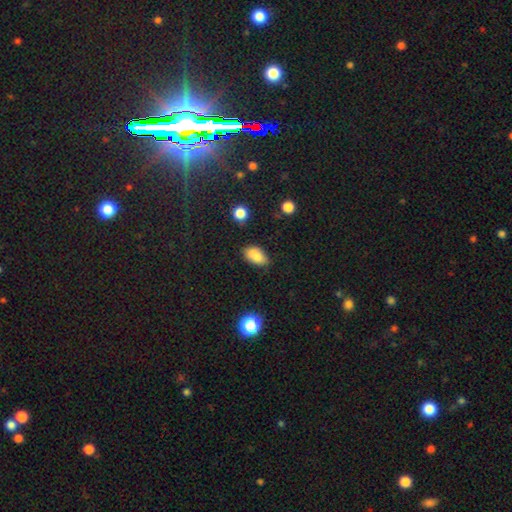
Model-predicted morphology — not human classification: Smooth or featured?
  - smooth: 83% *
  - star or artifact: 9%
  - featured or disk: 8%
How rounded?
  - in between: 91% *
  - round: 7%
  - cigar-shaped: 2%
Merging?
  - none: 75% *
  - minor disturbance: 19%
  - major disturbance: 3%
  - merger: 3%